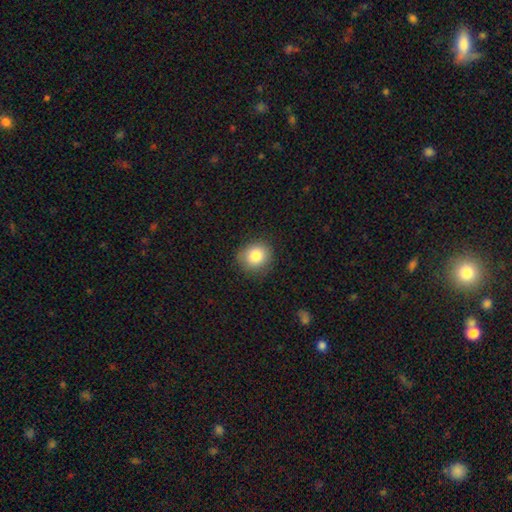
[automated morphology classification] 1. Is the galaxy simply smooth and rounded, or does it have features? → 83% smooth, 9% star or artifact, 8% featured or disk.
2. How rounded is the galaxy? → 83% round, 17% in between, 1% cigar-shaped.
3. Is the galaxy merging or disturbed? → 86% none, 10% minor disturbance, 3% major disturbance, 1% merger.